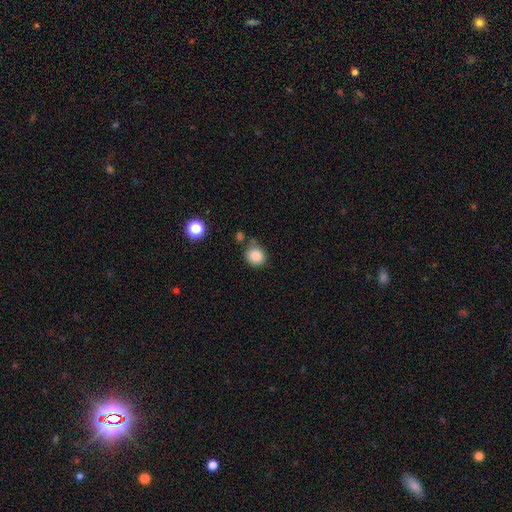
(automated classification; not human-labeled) Smooth or featured? smooth (86%)
How rounded? round (80%)
Merging? none (61%)